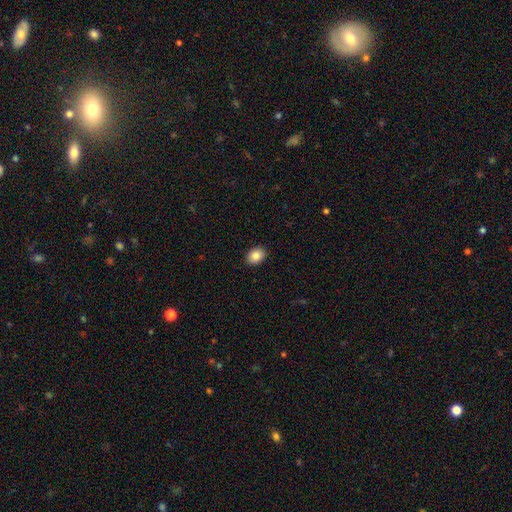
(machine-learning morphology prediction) type=smooth (86%); roundness=in between (69%); merging=none (91%).